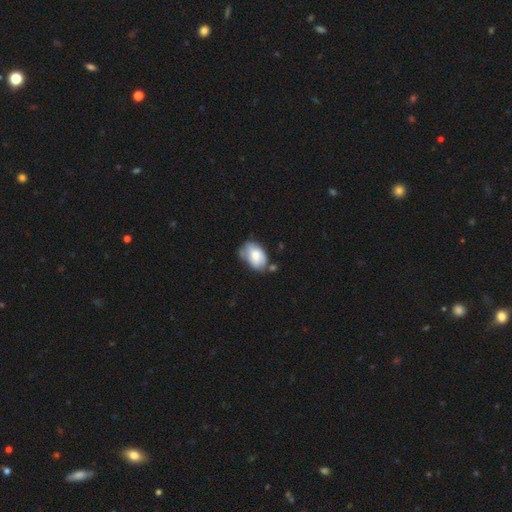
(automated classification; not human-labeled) Overall: smooth (72%). How rounded: in between (87%). Merging: none (41%; minor disturbance 35%).